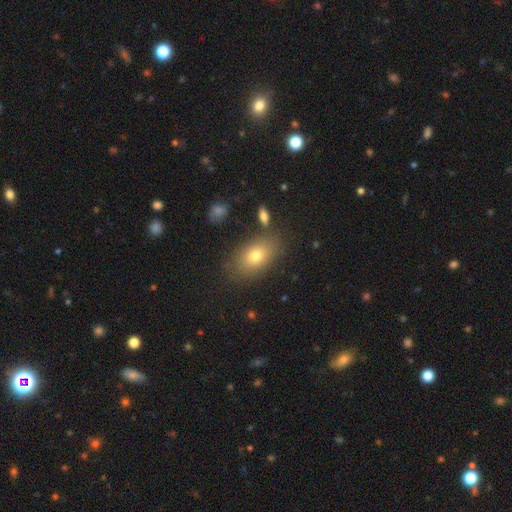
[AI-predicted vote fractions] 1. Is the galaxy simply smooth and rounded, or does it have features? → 73% smooth, 15% featured or disk, 12% star or artifact.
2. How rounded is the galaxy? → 85% in between, 12% round, 3% cigar-shaped.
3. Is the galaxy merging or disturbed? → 81% none, 11% minor disturbance, 4% major disturbance, 4% merger.